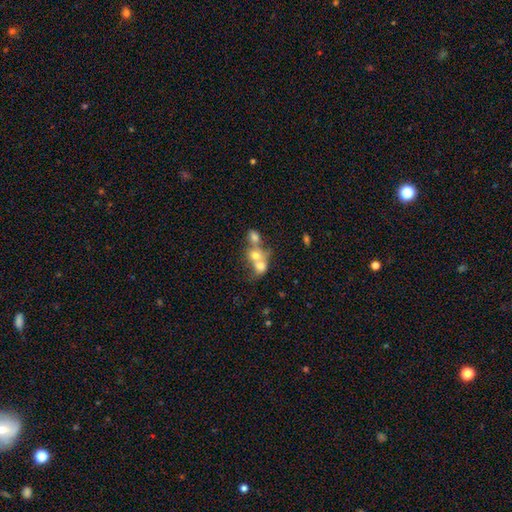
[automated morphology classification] type=smooth (55%); roundness=round (65%); merging=merger (68%).